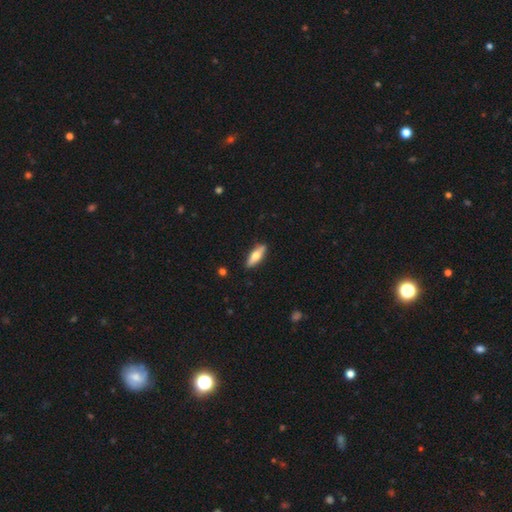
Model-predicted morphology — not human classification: smooth 59%, featured or disk 36%, star or artifact 6%. Down the decision tree: how rounded — in between (50%); merging — none (88%).